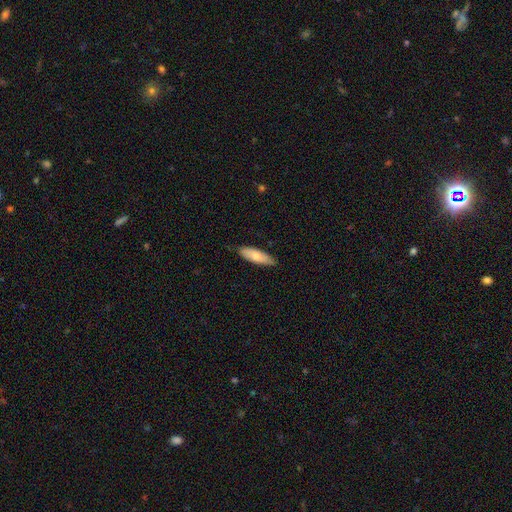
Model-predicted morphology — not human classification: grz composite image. It shows a smooth galaxy with no disk features (74%) that is in between round and cigar-shaped (58%). Merging: none (82%).